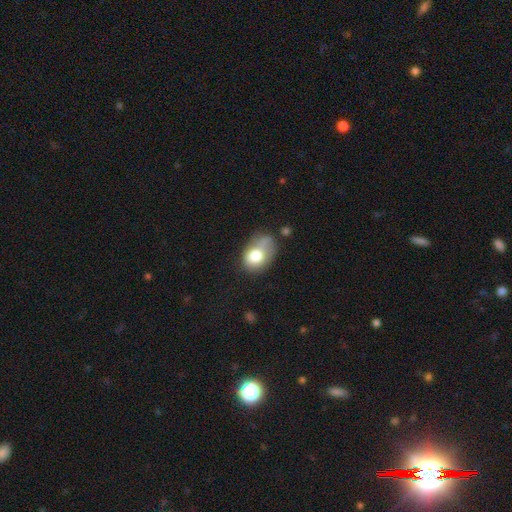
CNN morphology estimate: A smooth galaxy with no disk features (74%) that is in between round and cigar-shaped (72%).

Vote fractions:
- Smooth or featured? smooth: 74% / featured or disk: 18% / star or artifact: 8%
- How rounded? in between: 72% / round: 27% / cigar-shaped: 1%
- Merging? minor disturbance: 35% / none: 33% / major disturbance: 22% / merger: 10%